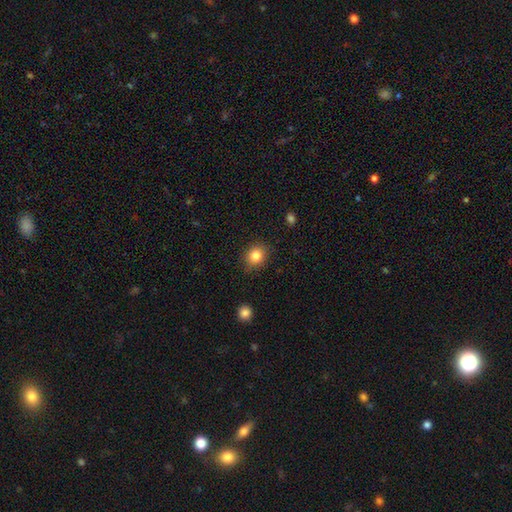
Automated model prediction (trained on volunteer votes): The model was most divided on "how rounded": round: 71%, in between: 28%, cigar-shaped: 1%. More confident: merging — none (86%); smooth or featured — smooth (83%).